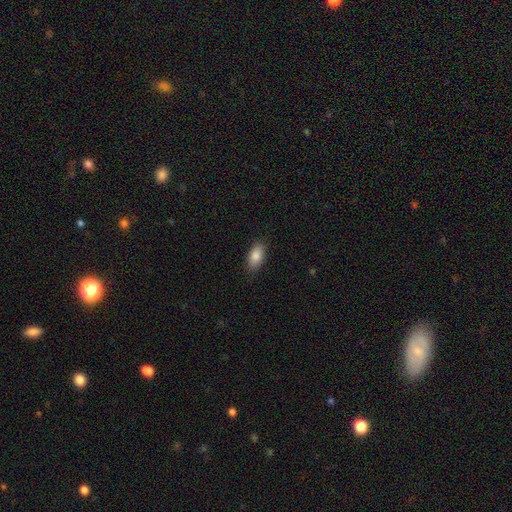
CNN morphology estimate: The model was most divided on "merging": none: 86%, minor disturbance: 11%, major disturbance: 2%, merger: 1%. More confident: how rounded — in between (91%); smooth or featured — smooth (85%).